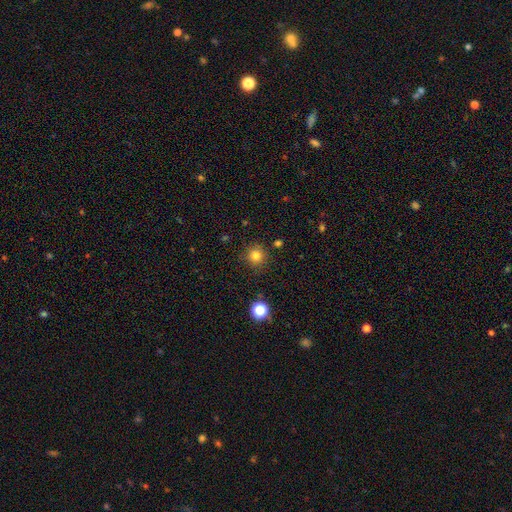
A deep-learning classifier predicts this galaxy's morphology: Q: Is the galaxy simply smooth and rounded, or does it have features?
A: smooth — 81%.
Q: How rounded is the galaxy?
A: round — 93%.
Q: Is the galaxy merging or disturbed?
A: none — 87%.